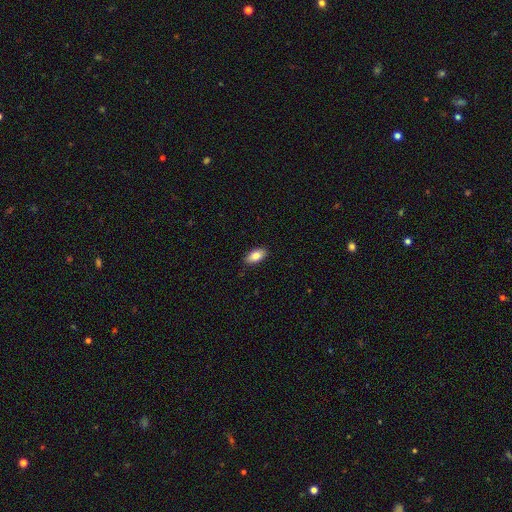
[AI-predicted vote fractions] smooth-or-featured: smooth: 82% | featured or disk: 11% | star or artifact: 7%
  how-rounded: in between: 91% | cigar-shaped: 6% | round: 3%
  merging: none: 88% | minor disturbance: 9% | major disturbance: 2% | merger: 1%